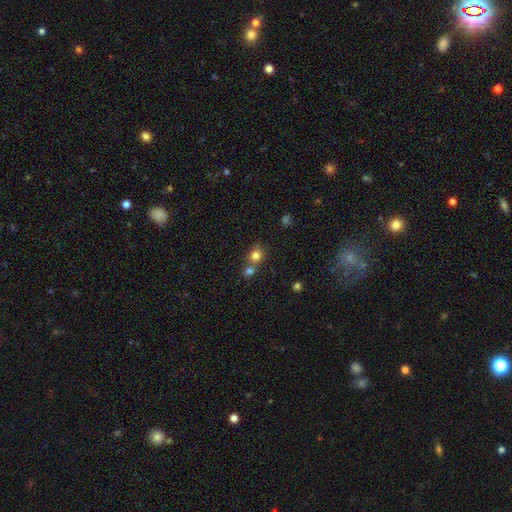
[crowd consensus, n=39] smooth 87%, featured or disk 10%, star or artifact 3%. Down the decision tree: how rounded — round (79%); merging — none (55%).